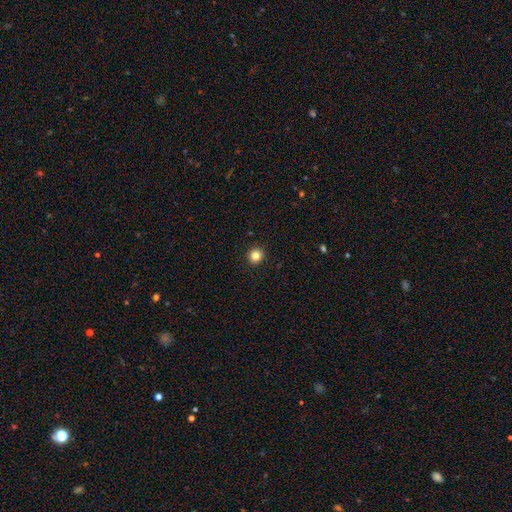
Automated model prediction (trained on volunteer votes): This is clearly a smooth galaxy (84%). How rounded: clearly round (92%). Merging: clearly none (93%).